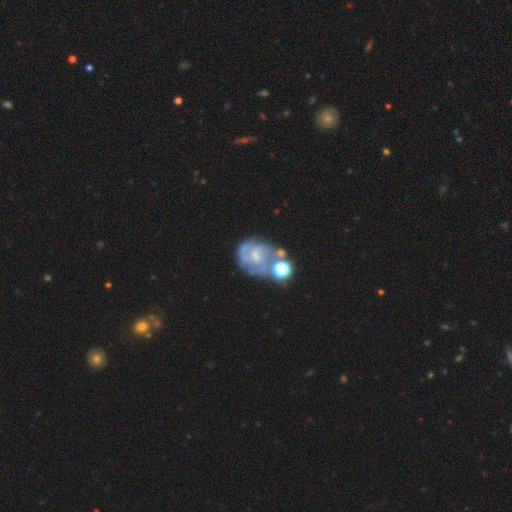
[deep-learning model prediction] This is likely a featured or disk galaxy (73%). It is clearly not viewed edge-on (98%). Bar: possibly no (58%). Spiral arm pattern: likely yes (80%). Spiral arm count: marginally can't tell (36%). Spiral winding: marginally medium (42%). Central bulge: possibly small (55%). Merging: possibly none (45%).